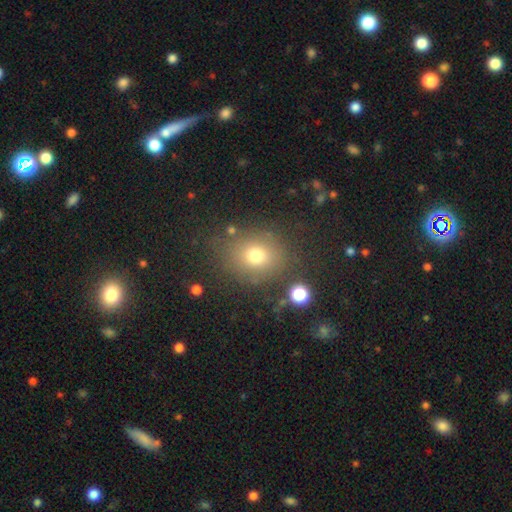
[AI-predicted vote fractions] The model was most divided on "how rounded": round: 69%, in between: 30%, cigar-shaped: 1%. More confident: merging — none (78%); smooth or featured — smooth (73%).